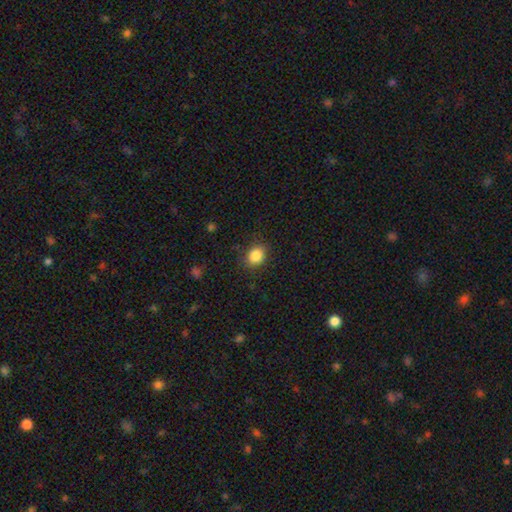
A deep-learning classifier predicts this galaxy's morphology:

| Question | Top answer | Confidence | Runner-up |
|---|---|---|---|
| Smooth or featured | smooth | 86% | star or artifact (10%) |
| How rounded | round | 55% | in between (44%) |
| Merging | none | 84% | minor disturbance (11%) |